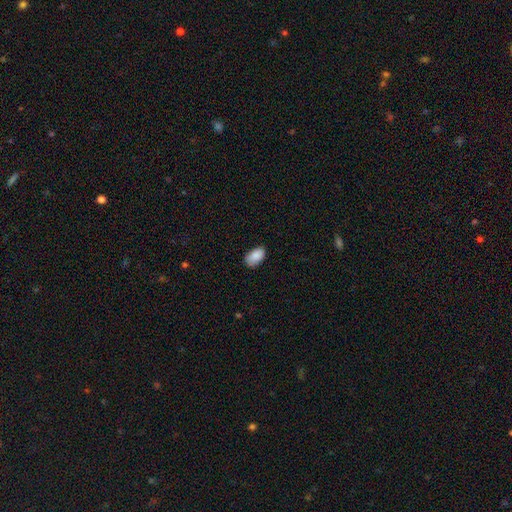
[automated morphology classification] Q: Smooth or featured?
A: smooth (87%); runner-up: star or artifact (7%)
Q: How rounded?
A: in between (93%); runner-up: round (6%)
Q: Merging?
A: none (78%); runner-up: minor disturbance (18%)